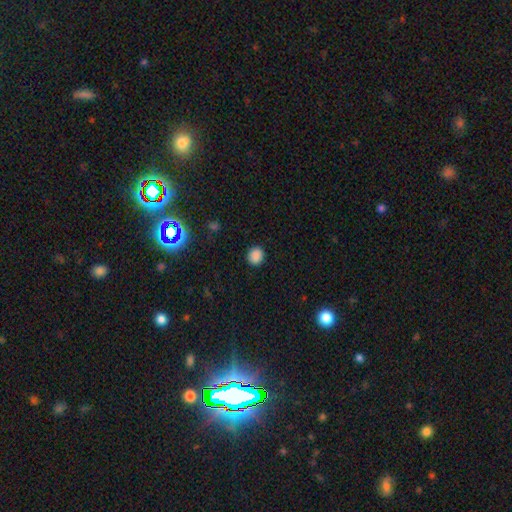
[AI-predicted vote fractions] smooth_or_featured: smooth (p=0.87) [alt: star or artifact p=0.11]
how_rounded: round (p=0.76) [alt: in between p=0.23]
merging: none (p=0.90) [alt: minor disturbance p=0.07]